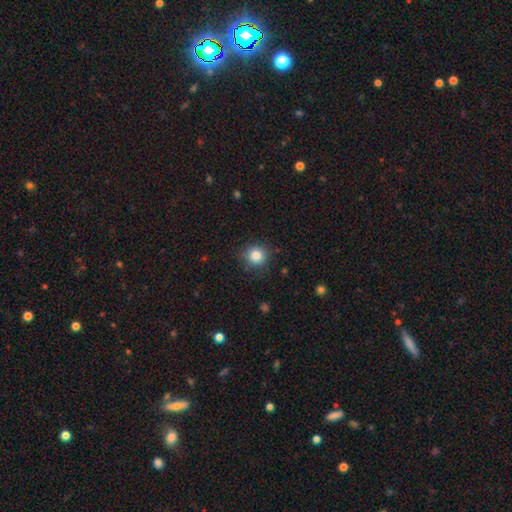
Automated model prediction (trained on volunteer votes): Smooth or featured?
  - smooth: 84% *
  - star or artifact: 11%
  - featured or disk: 5%
How rounded?
  - round: 90% *
  - in between: 9%
  - cigar-shaped: 1%
Merging?
  - none: 86% *
  - minor disturbance: 10%
  - major disturbance: 3%
  - merger: 1%